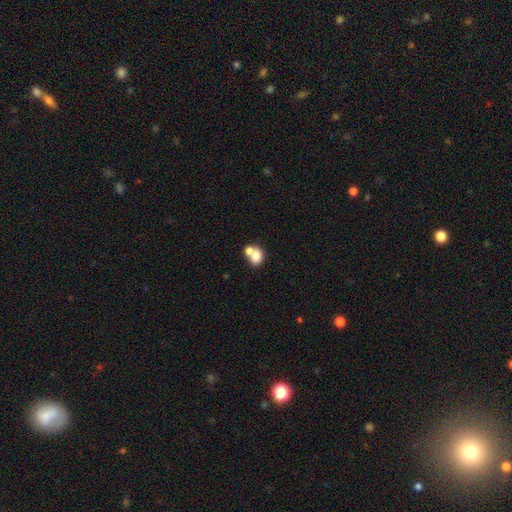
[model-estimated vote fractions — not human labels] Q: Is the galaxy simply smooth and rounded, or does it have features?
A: smooth — 75%.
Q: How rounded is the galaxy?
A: in between — 57%.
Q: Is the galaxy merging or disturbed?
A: merger — 53%.